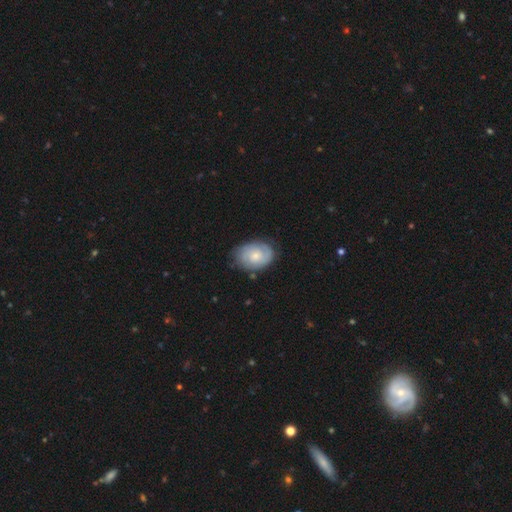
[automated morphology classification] Overall: featured or disk (57%; smooth 37%). Edge-on disk: no (97%). Bar: no (74%). Spiral arms: yes (85%). Bulge size: small (48%; moderate 44%). Merging: none (74%).